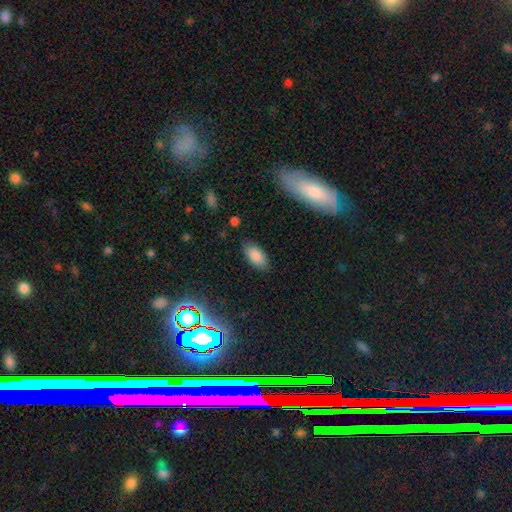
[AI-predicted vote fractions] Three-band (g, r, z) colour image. It shows a smooth galaxy with no disk features (85%) that is in between round and cigar-shaped (92%). Merging: none (83%).